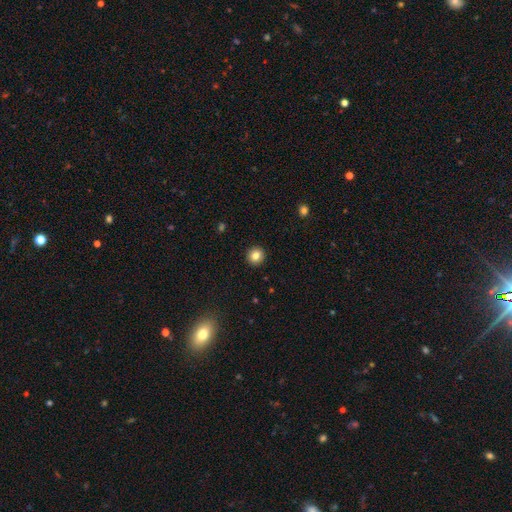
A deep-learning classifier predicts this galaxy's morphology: A smooth galaxy with no disk features (83%) that is round (92%). Merging: none (93%).